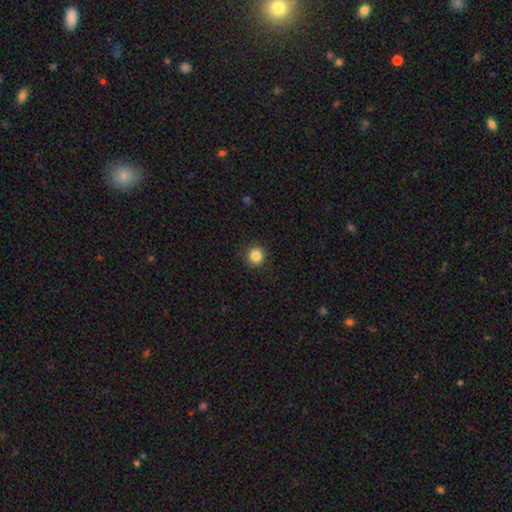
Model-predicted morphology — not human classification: Q: Smooth or featured?
A: smooth (86%); runner-up: star or artifact (10%)
Q: How rounded?
A: round (93%); runner-up: in between (6%)
Q: Merging?
A: none (90%); runner-up: minor disturbance (7%)